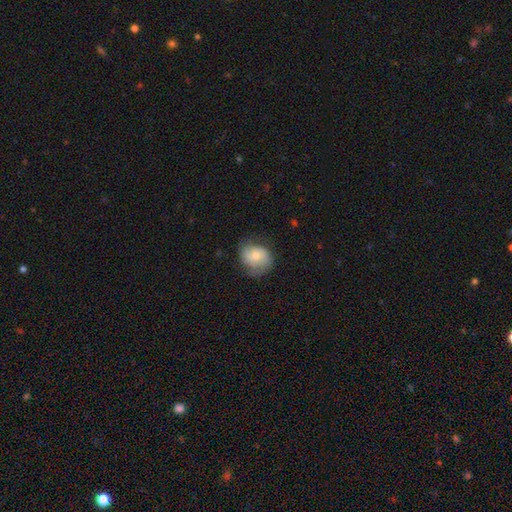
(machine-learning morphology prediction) Overall: smooth (58%; featured or disk 35%). How rounded: round (58%; in between 41%). Merging: none (61%; minor disturbance 28%).